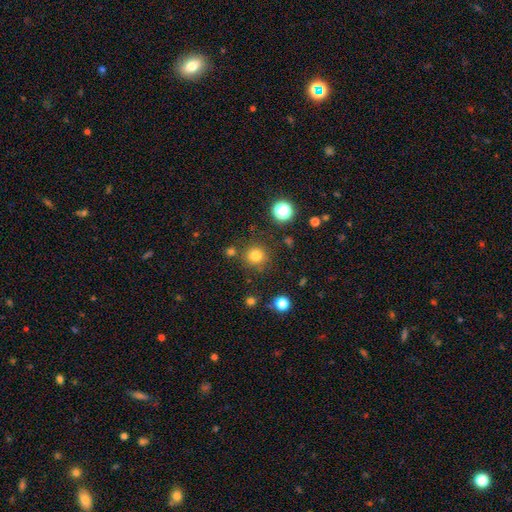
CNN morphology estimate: A smooth galaxy with no disk features (79%) that is round (94%). Merging: none (84%).